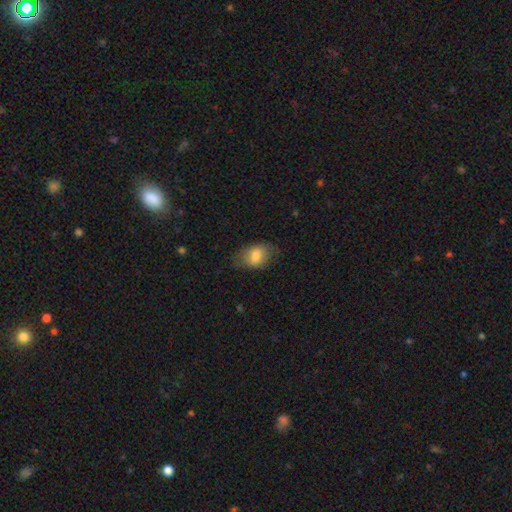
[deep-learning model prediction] The model was most divided on "merging": none: 70%, minor disturbance: 22%, major disturbance: 7%, merger: 1%. More confident: how rounded — in between (83%); smooth or featured — smooth (77%).